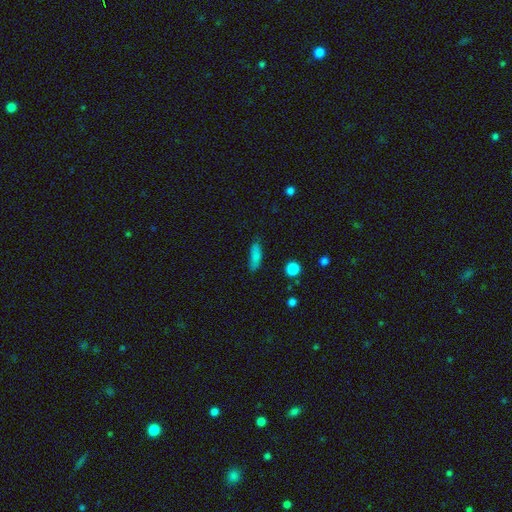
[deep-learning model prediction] Smooth or featured: smooth — 80% (featured or disk — 10%)
How rounded: in between — 50% (cigar-shaped — 47%)
Merging: none — 72% (minor disturbance — 20%)